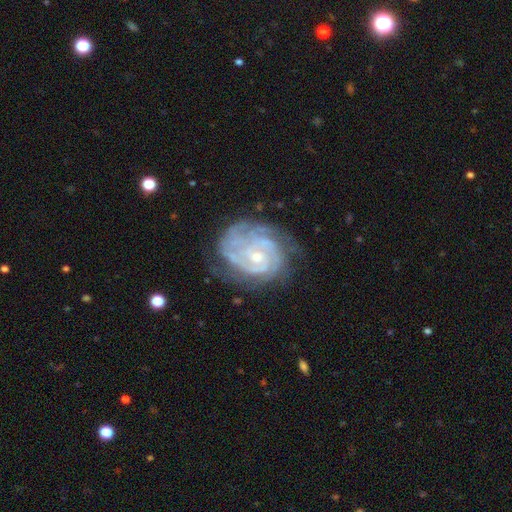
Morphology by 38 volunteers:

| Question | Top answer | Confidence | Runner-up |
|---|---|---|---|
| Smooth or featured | featured or disk | 100% | — |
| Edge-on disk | no | 97% | yes (3%) |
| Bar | no | 81% | weak (16%) |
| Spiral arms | yes | 95% | no (5%) |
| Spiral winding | tight | 80% | medium (17%) |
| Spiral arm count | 2 | 34% | can't tell (26%) |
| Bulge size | small | 57% | moderate (38%) |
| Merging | none | 61% | minor disturbance (24%) |